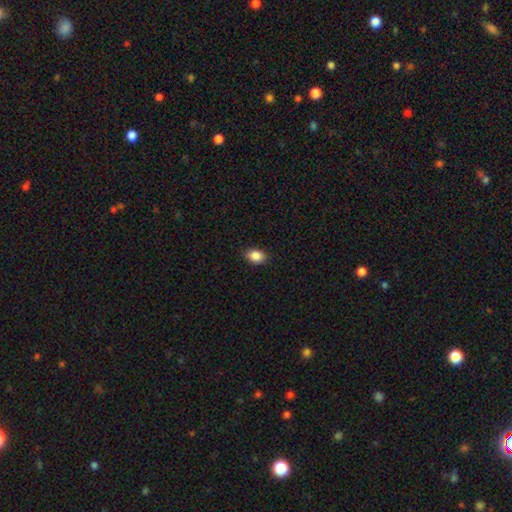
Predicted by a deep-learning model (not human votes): Morphology: type=smooth (88%); roundness=in between (74%); merging=none (87%).